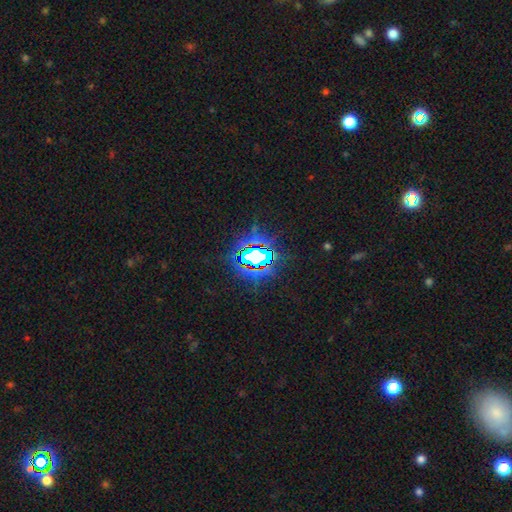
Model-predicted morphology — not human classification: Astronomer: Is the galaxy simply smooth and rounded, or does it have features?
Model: star or artifact — 77%.